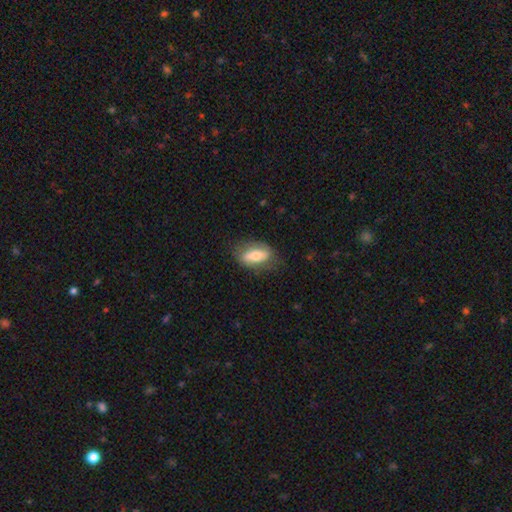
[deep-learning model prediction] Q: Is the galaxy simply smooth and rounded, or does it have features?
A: smooth — 54%.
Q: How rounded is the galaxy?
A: in between — 82%.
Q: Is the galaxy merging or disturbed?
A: none — 73%.